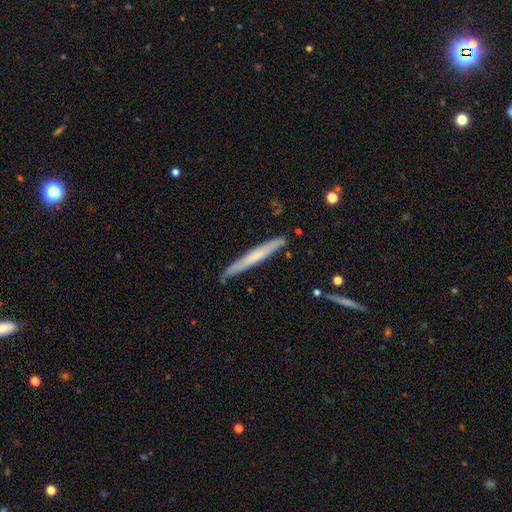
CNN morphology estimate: type=smooth (51%); roundness=cigar-shaped (97%); merging=none (86%).